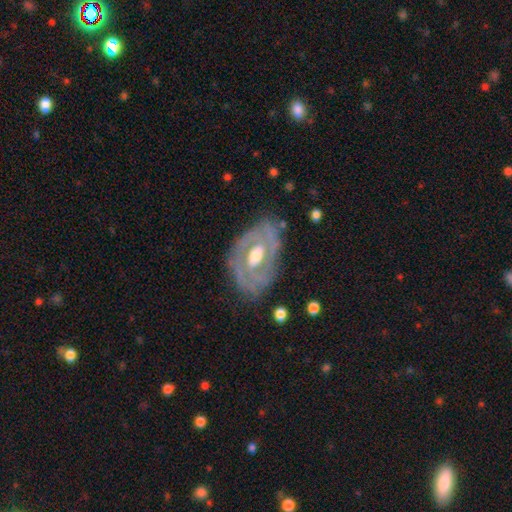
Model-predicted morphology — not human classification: Smooth or featured? featured or disk (79%)
Edge-on disk? no (94%)
Bar? no (47%)
Spiral arms? yes (66%)
Bulge size? moderate (66%)
Merging? none (71%)